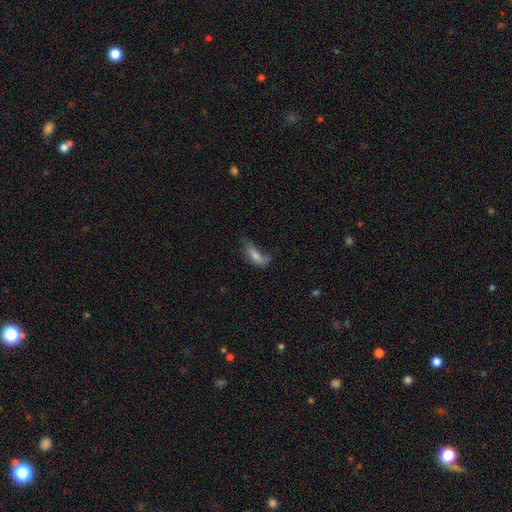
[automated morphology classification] Smooth or featured? smooth (51%)
How rounded? in between (70%)
Merging? major disturbance (34%)